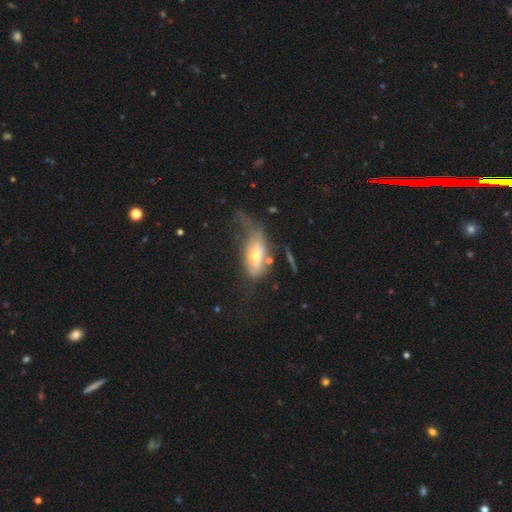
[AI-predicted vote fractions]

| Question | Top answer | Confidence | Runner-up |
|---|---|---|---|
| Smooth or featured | smooth | 51% | featured or disk (41%) |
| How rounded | in between | 84% | cigar-shaped (12%) |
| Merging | major disturbance | 43% | minor disturbance (26%) |